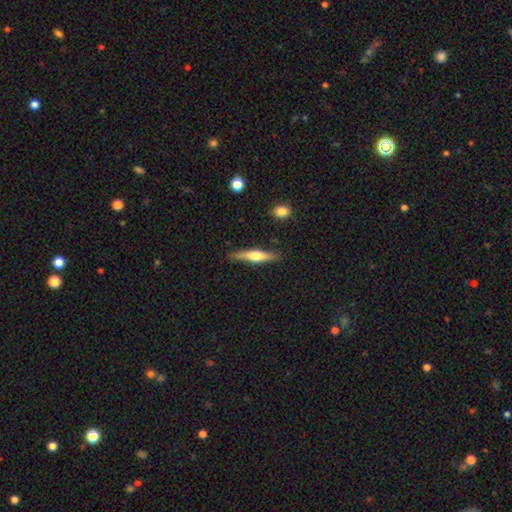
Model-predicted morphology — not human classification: smooth-or-featured: featured or disk: 53% | smooth: 41% | star or artifact: 6%
  disk-edge-on: yes: 95% | no: 5%
    edge-on-bulge: rounded: 88% | boxy: 8% | none: 5%
  merging: none: 85% | minor disturbance: 11% | major disturbance: 2% | merger: 2%